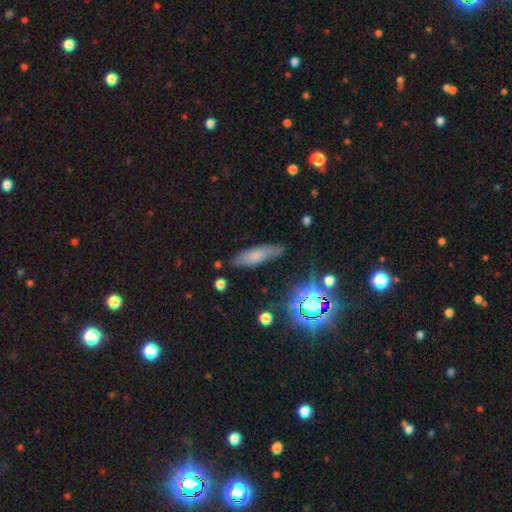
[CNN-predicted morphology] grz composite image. It shows a smooth galaxy with no disk features (66%) that is cigar-shaped (53%). Merging: none (78%).